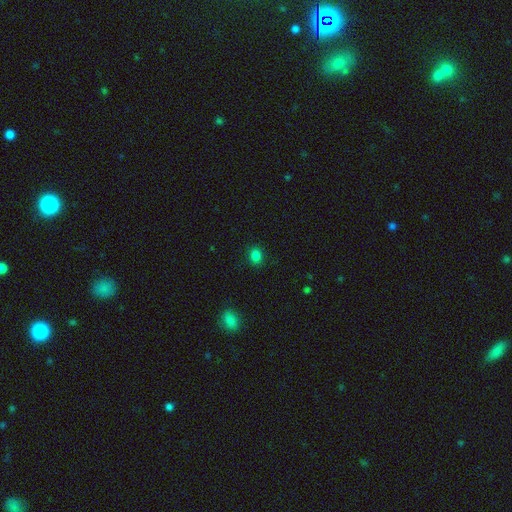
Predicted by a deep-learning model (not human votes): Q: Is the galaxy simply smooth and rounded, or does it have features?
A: smooth — 82%.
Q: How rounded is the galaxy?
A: round — 55%.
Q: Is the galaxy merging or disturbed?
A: none — 89%.